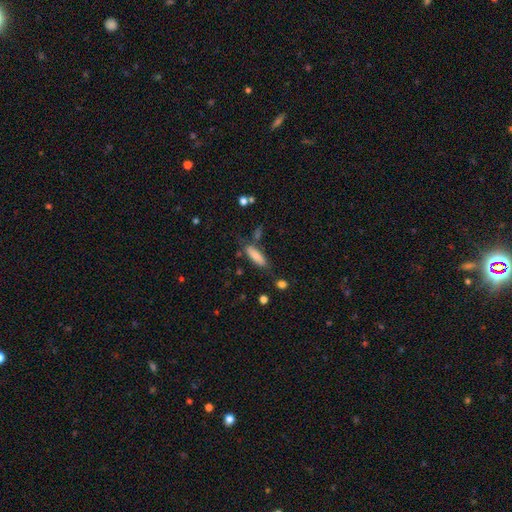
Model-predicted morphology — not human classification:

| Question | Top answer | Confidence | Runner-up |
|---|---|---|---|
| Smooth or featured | smooth | 81% | featured or disk (12%) |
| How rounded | cigar-shaped | 55% | in between (43%) |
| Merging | none | 68% | minor disturbance (19%) |